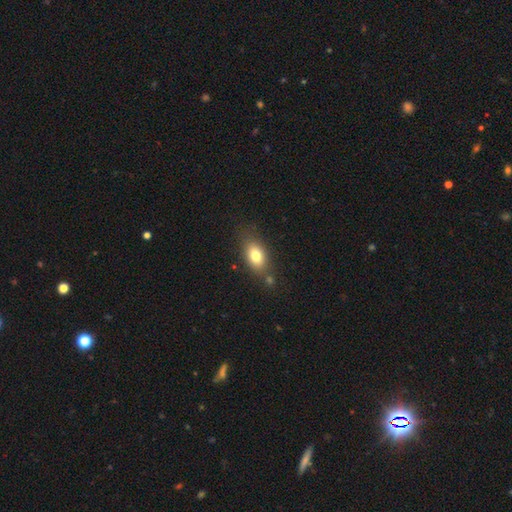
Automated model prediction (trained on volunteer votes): Q: Smooth or featured?
A: smooth (78%); runner-up: featured or disk (13%)
Q: How rounded?
A: in between (85%); runner-up: round (10%)
Q: Merging?
A: none (71%); runner-up: minor disturbance (16%)